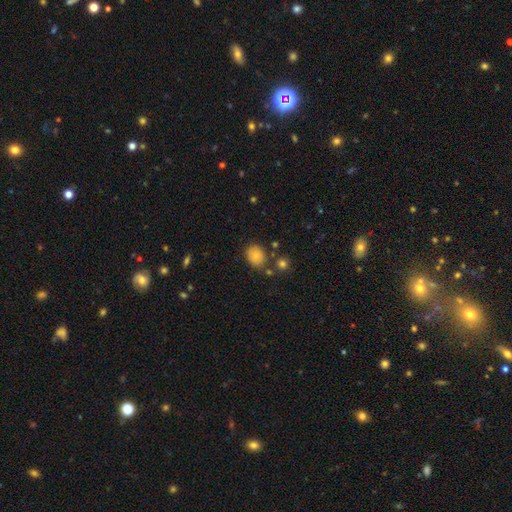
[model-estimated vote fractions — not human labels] Overall: smooth (78%). How rounded: round (54%; in between 45%). Merging: none (76%).